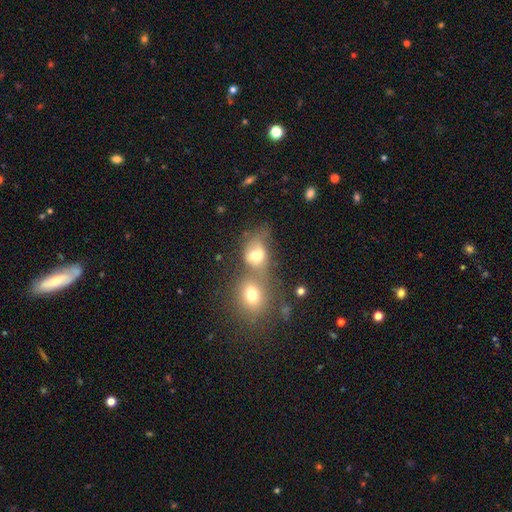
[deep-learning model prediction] Smooth or featured? smooth (62%)
How rounded? in between (63%)
Merging? merger (55%)